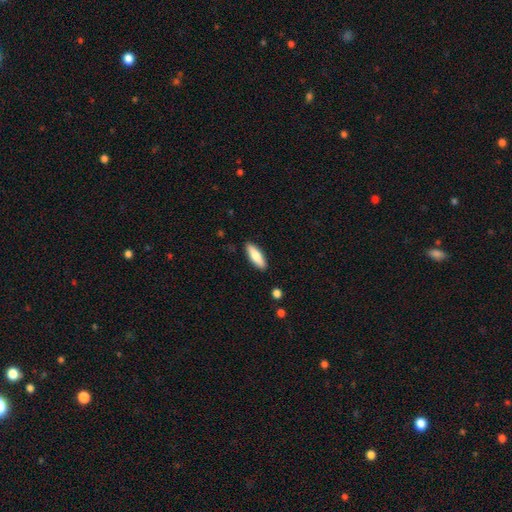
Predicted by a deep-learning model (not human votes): This appears to be a smooth galaxy with no disk features (75%) that is in between round and cigar-shaped (52%). Merging: none (89%).